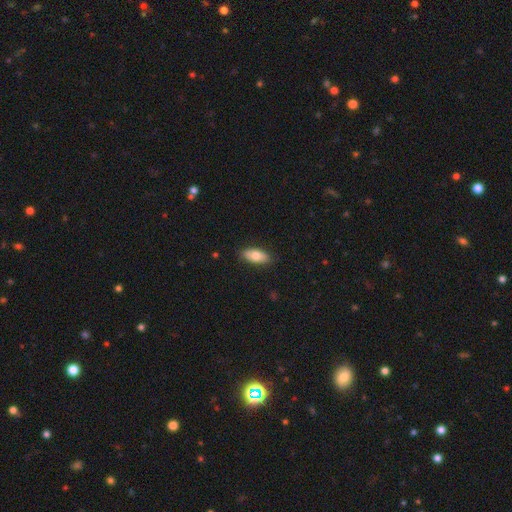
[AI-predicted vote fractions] Morphology: type=smooth (76%); roundness=in between (85%); merging=none (86%).